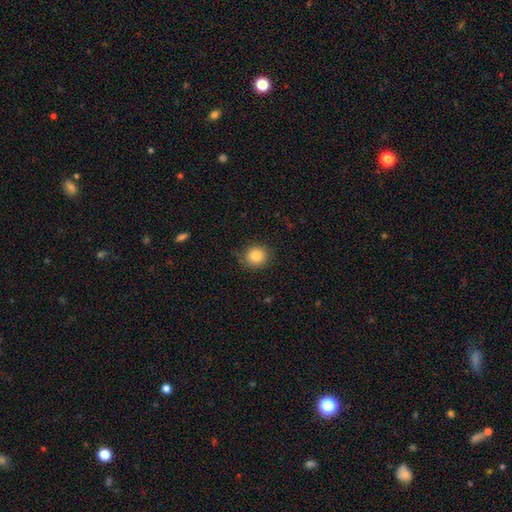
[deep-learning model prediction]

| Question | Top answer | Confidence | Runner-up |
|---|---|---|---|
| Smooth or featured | smooth | 84% | star or artifact (10%) |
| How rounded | round | 84% | in between (15%) |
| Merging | none | 82% | minor disturbance (14%) |